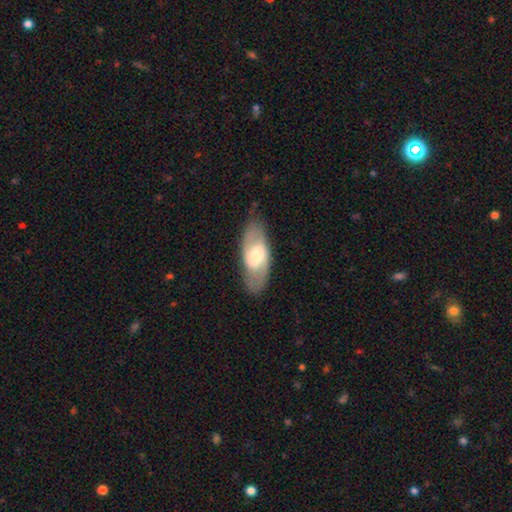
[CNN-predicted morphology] type=featured or disk (58%); edge-on=no (86%); merging=none (81%).